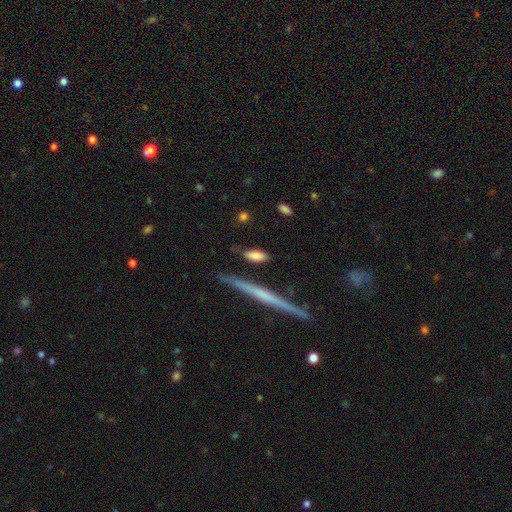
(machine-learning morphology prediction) The model was most divided on "how rounded": in between: 68%, cigar-shaped: 27%, round: 4%. More confident: smooth or featured — smooth (78%); merging — none (74%).